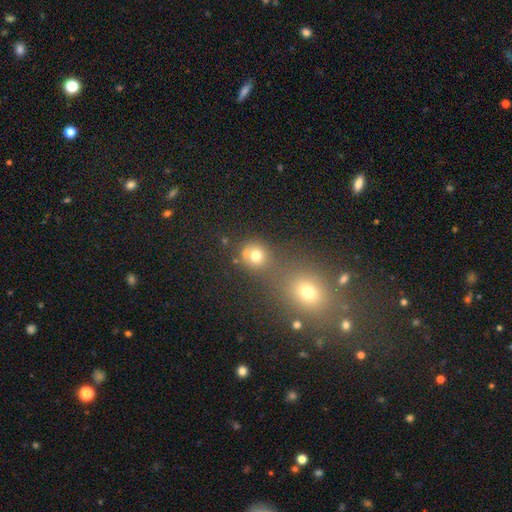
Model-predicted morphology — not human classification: This appears to be a smooth galaxy with no disk features (73%) that is round (81%). Merging: none (53%).